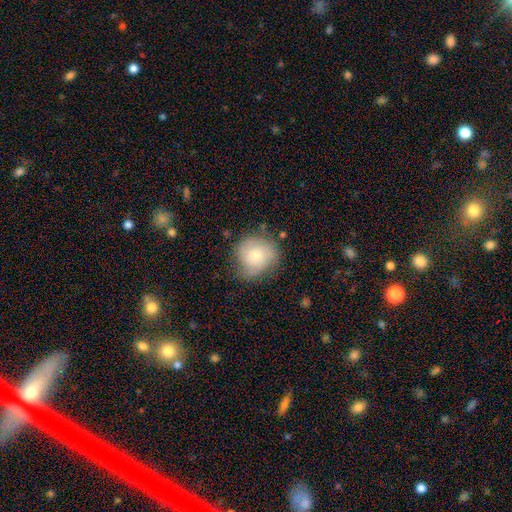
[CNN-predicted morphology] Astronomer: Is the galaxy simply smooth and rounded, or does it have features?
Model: smooth — 63%.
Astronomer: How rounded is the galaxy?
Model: round — 83%.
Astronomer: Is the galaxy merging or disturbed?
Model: none — 59%.